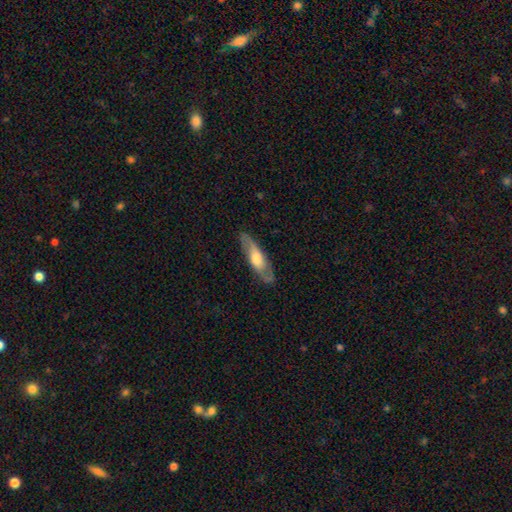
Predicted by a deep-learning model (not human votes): Smooth or featured? featured or disk (58%)
Edge-on disk? no (52%)
Merging? none (83%)